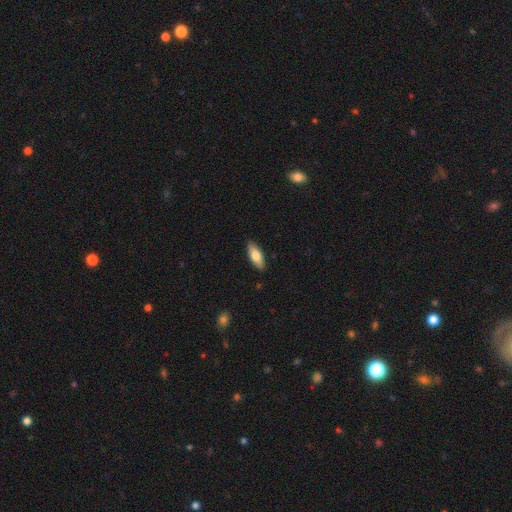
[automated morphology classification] Smooth or featured? Predicted: smooth (p=0.76). How rounded? Predicted: in between (p=0.75). Merging? Predicted: none (p=0.89).